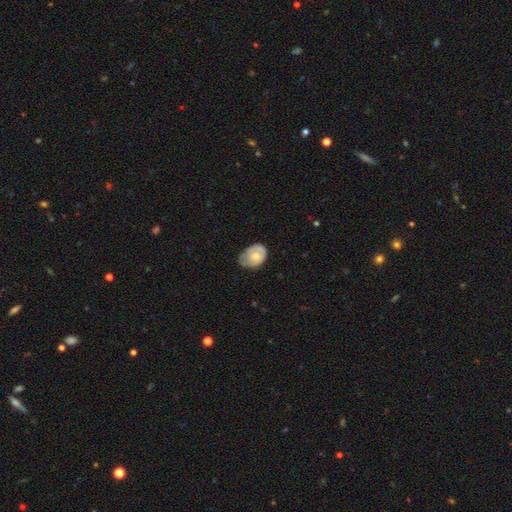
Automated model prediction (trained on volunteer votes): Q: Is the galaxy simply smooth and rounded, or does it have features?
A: smooth — 61%.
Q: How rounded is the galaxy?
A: in between — 73%.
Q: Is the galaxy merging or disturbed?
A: none — 44%.